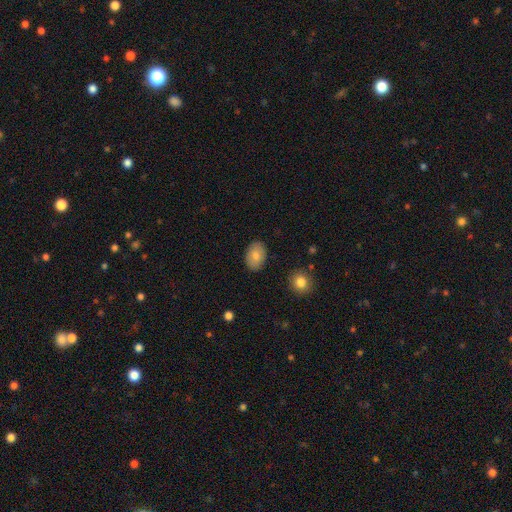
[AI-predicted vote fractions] Morphology: type=smooth (81%); roundness=in between (85%); merging=none (87%).